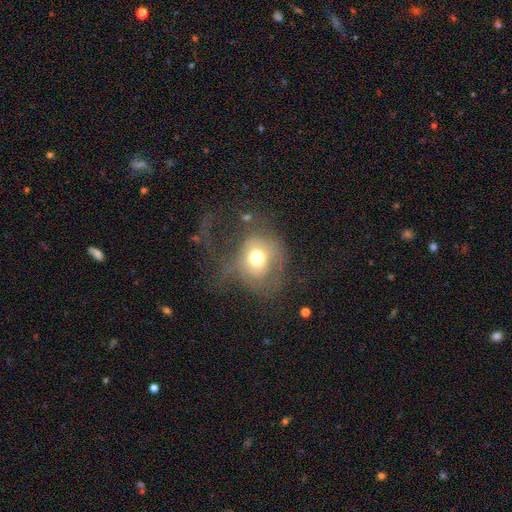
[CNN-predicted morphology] This is possibly a smooth galaxy (56%). How rounded: likely round (74%). Merging: possibly major disturbance (49%).